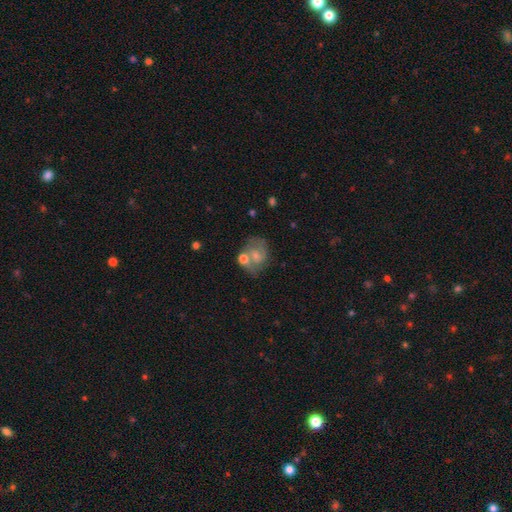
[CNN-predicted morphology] Q: Smooth or featured?
A: featured or disk (48%); runner-up: smooth (44%)
Q: Merging?
A: none (40%); runner-up: merger (32%)